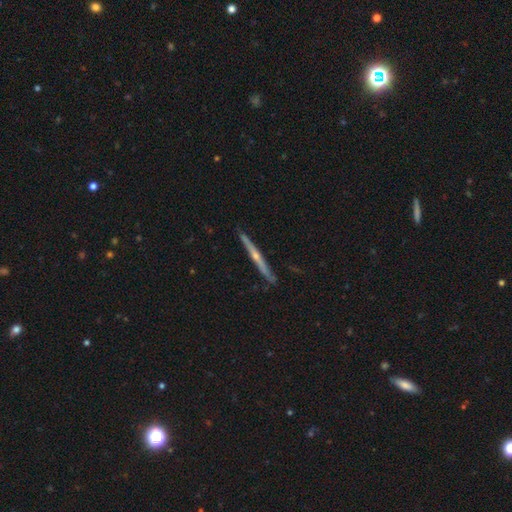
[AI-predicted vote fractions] Smooth or featured: featured or disk — 76% (smooth — 19%)
Edge-on disk: yes — 98% (no — 2%)
Edge-on bulge: rounded — 73% (none — 24%)
Merging: none — 89% (minor disturbance — 8%)